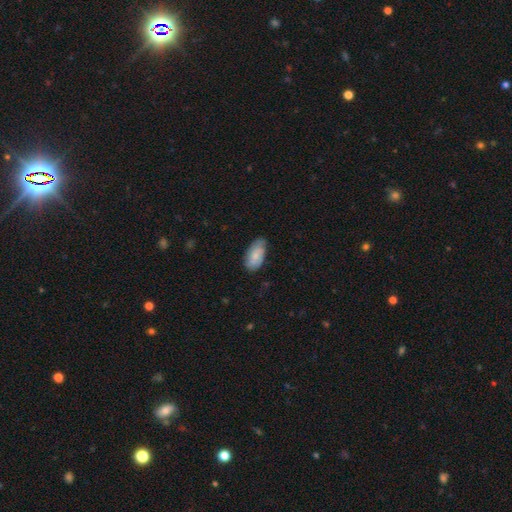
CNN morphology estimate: smooth_or_featured: smooth (p=0.73) [alt: featured or disk p=0.21]
how_rounded: in between (p=0.93) [alt: cigar-shaped p=0.05]
merging: none (p=0.66) [alt: minor disturbance p=0.28]